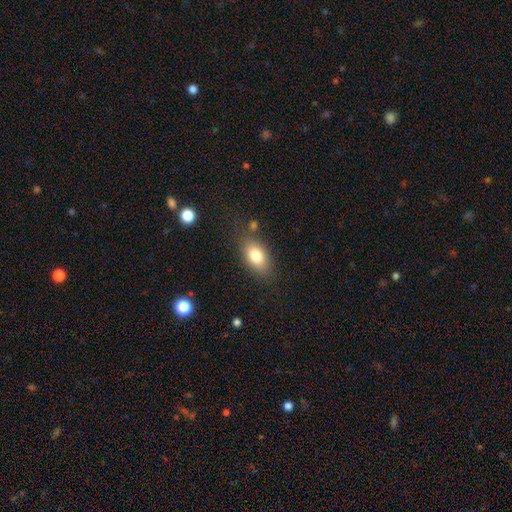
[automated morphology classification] A smooth galaxy with no disk features (78%) that is in between round and cigar-shaped (86%). Merging: none (77%).